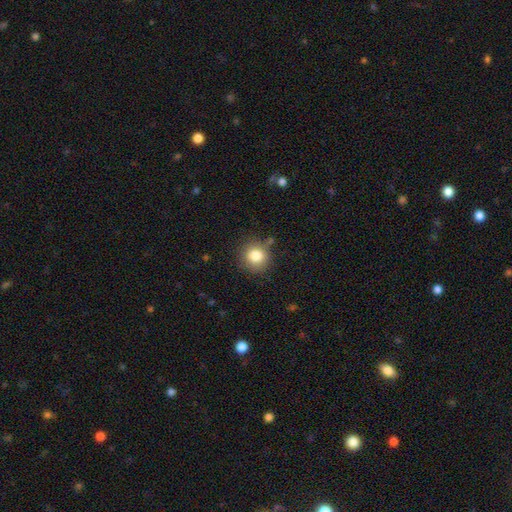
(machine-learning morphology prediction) smooth 82%, star or artifact 11%, featured or disk 7%. Down the decision tree: how rounded — round (88%); merging — none (81%).